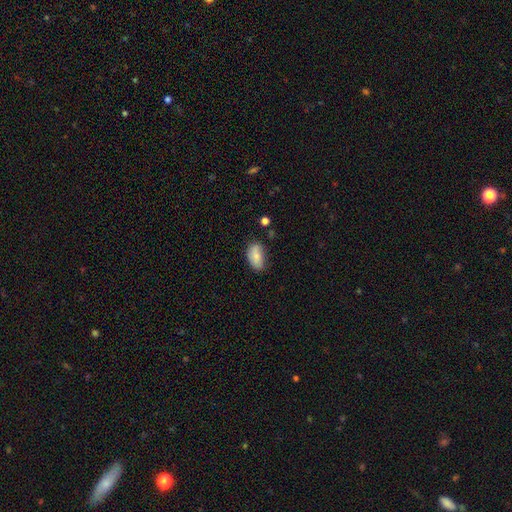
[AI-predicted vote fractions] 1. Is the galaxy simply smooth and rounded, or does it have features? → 81% smooth, 11% featured or disk, 8% star or artifact.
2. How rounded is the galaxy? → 92% in between, 6% round, 3% cigar-shaped.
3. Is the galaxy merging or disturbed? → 67% none, 25% minor disturbance, 5% major disturbance, 3% merger.